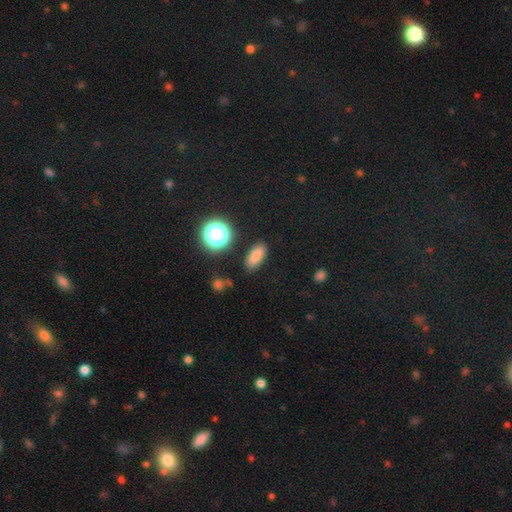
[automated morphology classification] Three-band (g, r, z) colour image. It shows a smooth galaxy with no disk features (80%) that is in between round and cigar-shaped (83%). Merging: none (84%).